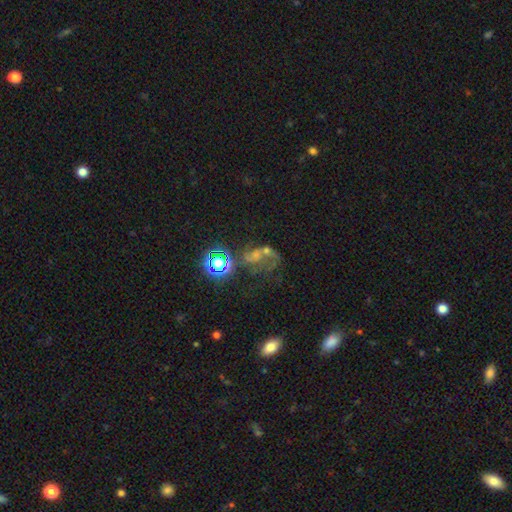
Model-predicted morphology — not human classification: Smooth or featured?
  - featured or disk: 42% *
  - star or artifact: 39%
  - smooth: 20%
Merging?
  - major disturbance: 33% *
  - none: 31%
  - merger: 22%
  - minor disturbance: 14%